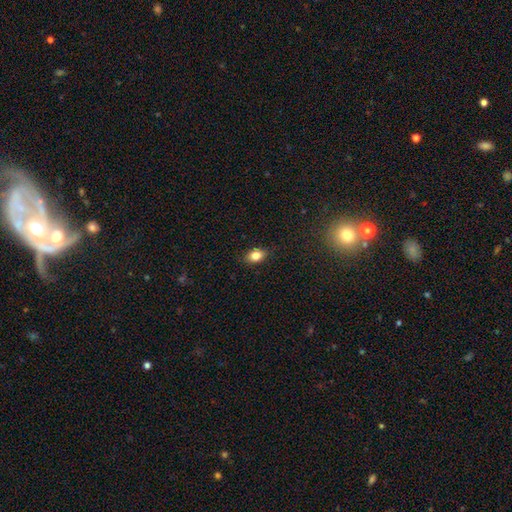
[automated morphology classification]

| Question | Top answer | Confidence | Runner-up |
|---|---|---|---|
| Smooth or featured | smooth | 82% | star or artifact (10%) |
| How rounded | in between | 78% | round (20%) |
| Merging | none | 85% | minor disturbance (12%) |